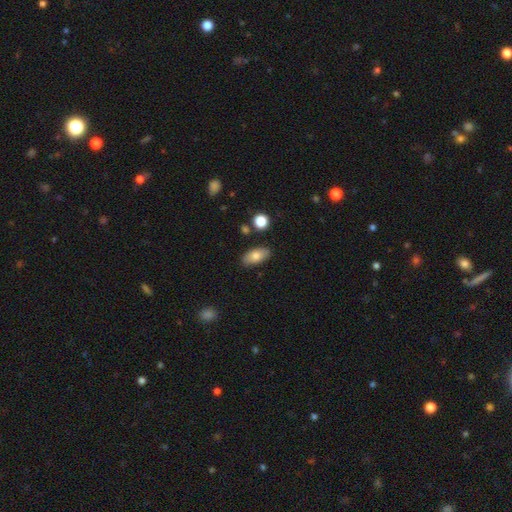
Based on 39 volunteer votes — Volunteers were most divided on "smooth or featured": smooth: 69%, featured or disk: 23%, star or artifact: 8%. More confident: merging — none (92%); how rounded — in between (89%).